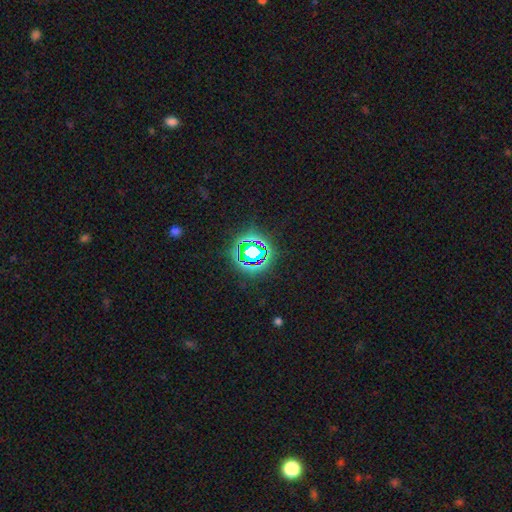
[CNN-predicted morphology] Smooth or featured? star or artifact (70%)